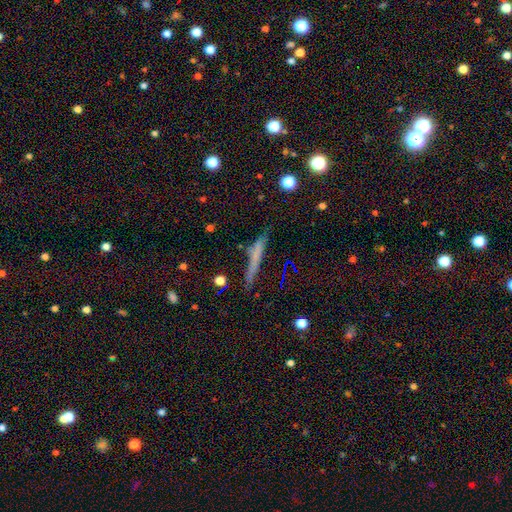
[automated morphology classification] Smooth or featured? Predicted: smooth (p=0.53). How rounded? Predicted: cigar-shaped (p=0.93). Merging? Predicted: none (p=0.77).